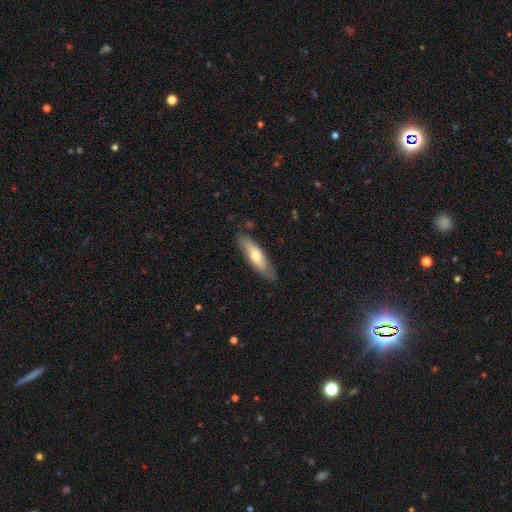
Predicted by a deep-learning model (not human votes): A smooth galaxy with no disk features (59%) that is cigar-shaped (61%).

Vote fractions:
- Smooth or featured? smooth: 59% / featured or disk: 36% / star or artifact: 6%
- How rounded? cigar-shaped: 61% / in between: 37% / round: 2%
- Merging? none: 83% / minor disturbance: 13% / major disturbance: 2% / merger: 1%